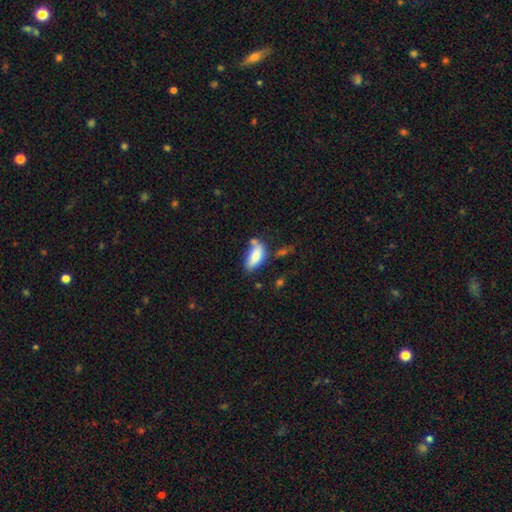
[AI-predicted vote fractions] smooth_or_featured: smooth (p=0.80) [alt: featured or disk p=0.13]
how_rounded: in between (p=0.85) [alt: cigar-shaped p=0.13]
merging: none (p=0.50) [alt: minor disturbance p=0.25]